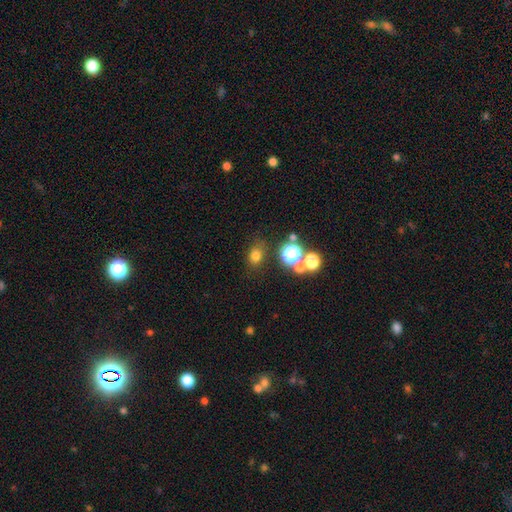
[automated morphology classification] A smooth galaxy with no disk features (73%) that is round (50%).

Vote fractions:
- Smooth or featured? smooth: 73% / star or artifact: 19% / featured or disk: 8%
- How rounded? round: 50% / in between: 49% / cigar-shaped: 2%
- Merging? none: 75% / minor disturbance: 12% / merger: 8% / major disturbance: 5%